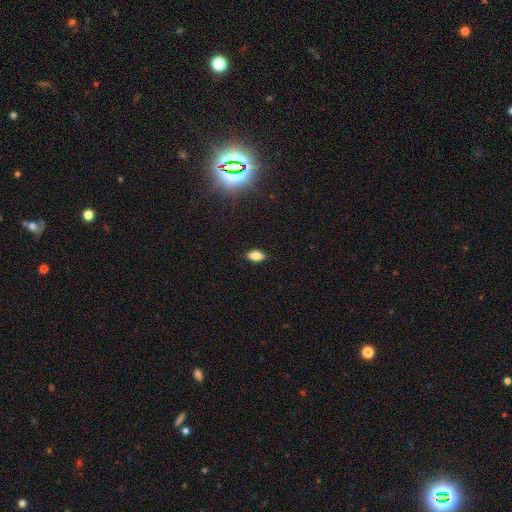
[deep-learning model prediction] A smooth galaxy with no disk features (72%) that is in between round and cigar-shaped (85%).

Vote fractions:
- Smooth or featured? smooth: 72% / featured or disk: 17% / star or artifact: 11%
- How rounded? in between: 85% / cigar-shaped: 10% / round: 5%
- Merging? none: 86% / minor disturbance: 11% / major disturbance: 2% / merger: 1%